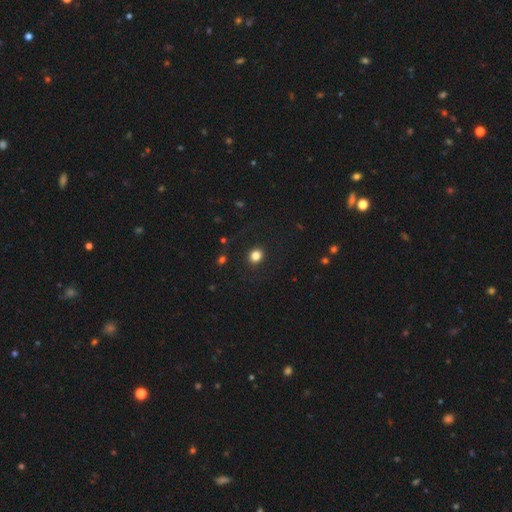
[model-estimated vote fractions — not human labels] This appears to be a smooth galaxy with no disk features (83%) that is round (75%). Merging: none (89%).